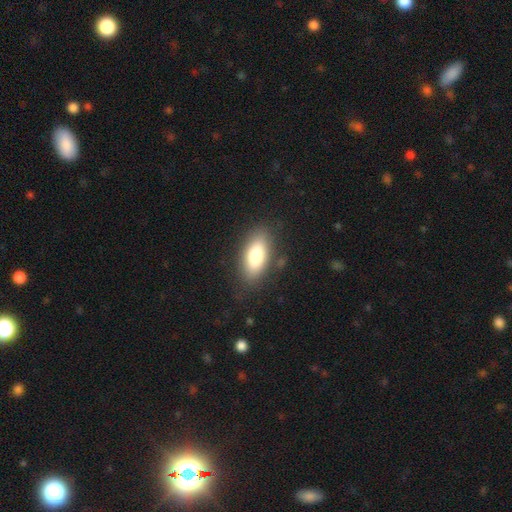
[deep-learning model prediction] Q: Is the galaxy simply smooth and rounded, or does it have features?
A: smooth — 77%.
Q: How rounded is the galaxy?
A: in between — 86%.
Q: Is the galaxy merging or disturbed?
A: none — 82%.